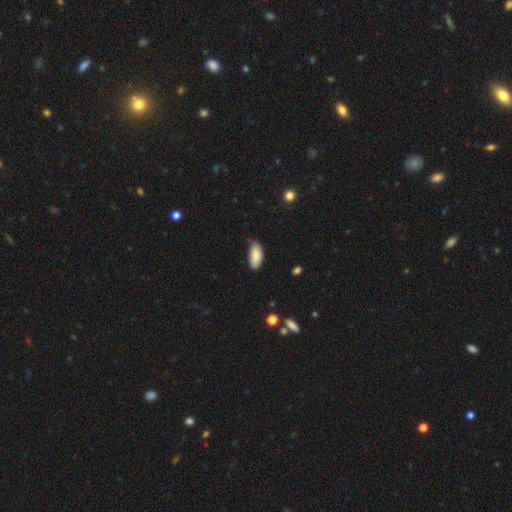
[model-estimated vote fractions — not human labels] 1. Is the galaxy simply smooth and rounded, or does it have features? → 87% smooth, 7% star or artifact, 6% featured or disk.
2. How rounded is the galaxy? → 91% in between, 8% cigar-shaped, 2% round.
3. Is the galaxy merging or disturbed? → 63% none, 31% minor disturbance, 5% major disturbance, 2% merger.